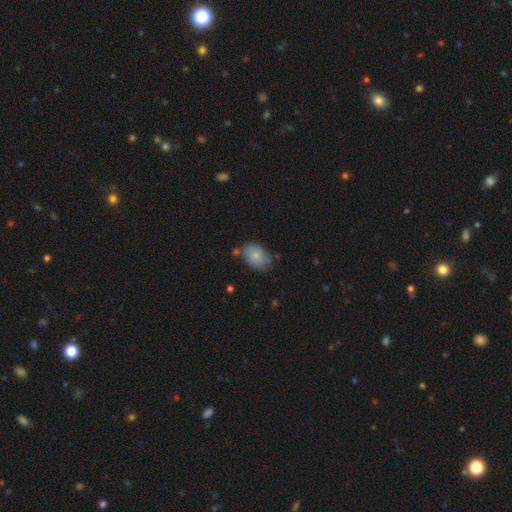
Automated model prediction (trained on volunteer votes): Smooth or featured?
  - smooth: 75% *
  - featured or disk: 18%
  - star or artifact: 7%
How rounded?
  - in between: 79% *
  - round: 20%
  - cigar-shaped: 1%
Merging?
  - none: 61% *
  - minor disturbance: 26%
  - major disturbance: 6%
  - merger: 6%